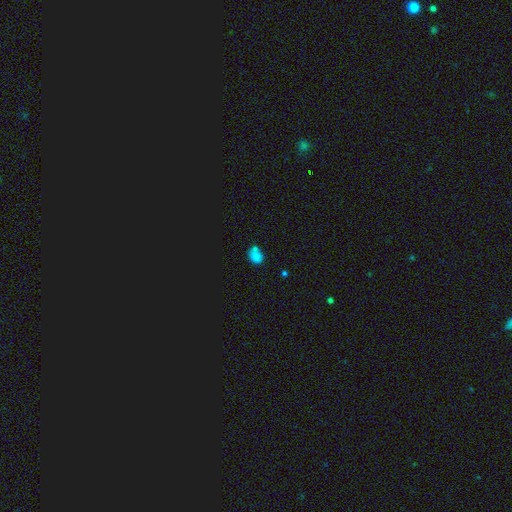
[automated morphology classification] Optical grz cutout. It shows a smooth galaxy with no disk features (72%) that is in between round and cigar-shaped (54%). Merging: none (50%).